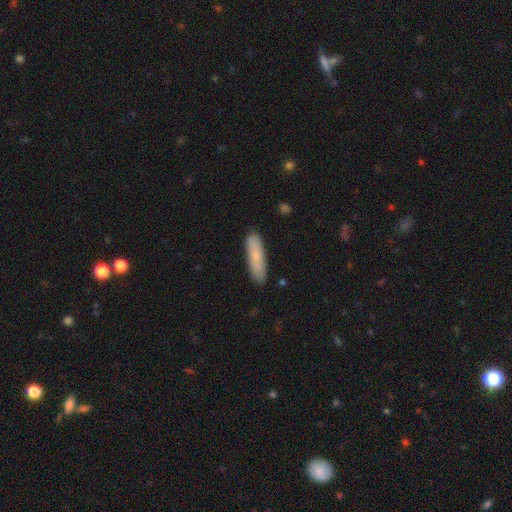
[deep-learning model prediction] Overall: smooth (78%). How rounded: cigar-shaped (67%; in between 31%). Merging: none (86%).